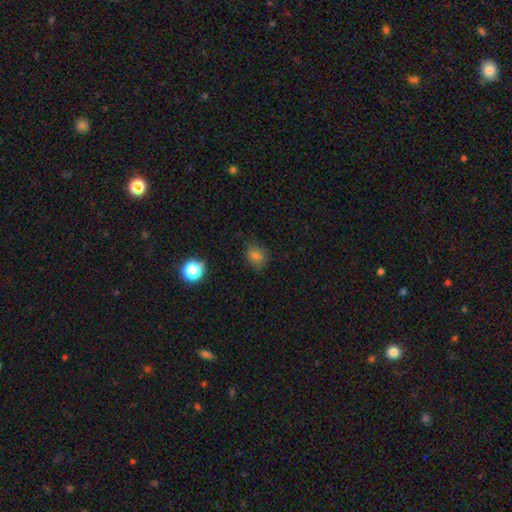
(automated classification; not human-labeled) This appears to be a smooth galaxy with no disk features (73%) that is round (56%). Merging: none (76%).